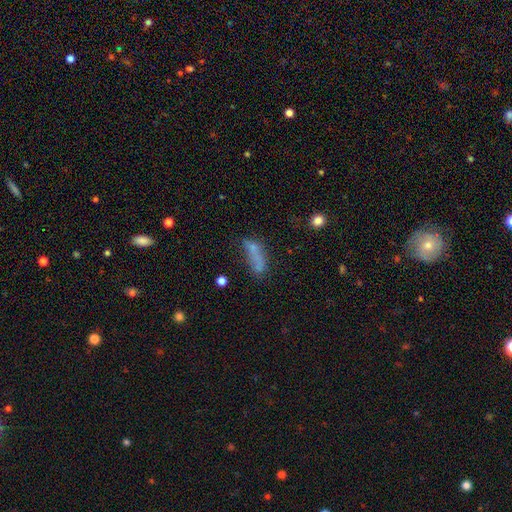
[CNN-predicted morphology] A smooth galaxy with no disk features (56%) that is in between round and cigar-shaped (54%). Merging: none (34%).